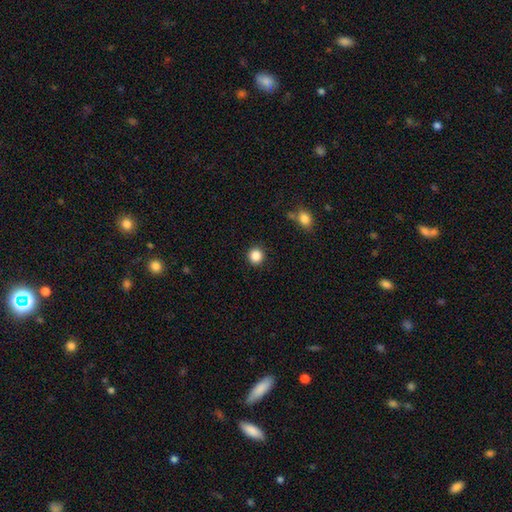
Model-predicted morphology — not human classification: Overall: smooth (87%). How rounded: round (93%). Merging: none (91%).